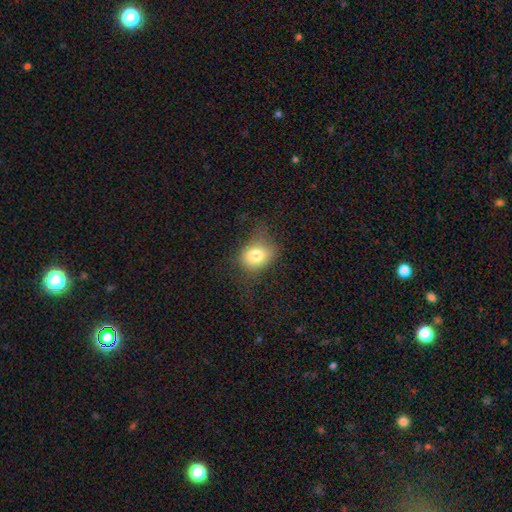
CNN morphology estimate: Smooth or featured?
  - smooth: 75% *
  - featured or disk: 13%
  - star or artifact: 12%
How rounded?
  - round: 53% *
  - in between: 46%
  - cigar-shaped: 1%
Merging?
  - none: 56% *
  - minor disturbance: 26%
  - major disturbance: 17%
  - merger: 1%